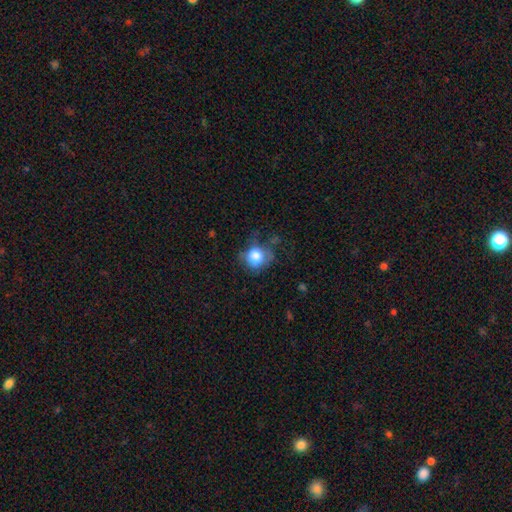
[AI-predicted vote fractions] Smooth or featured: smooth — 79% (featured or disk — 11%)
How rounded: round — 78% (in between — 21%)
Merging: none — 53% (minor disturbance — 29%)